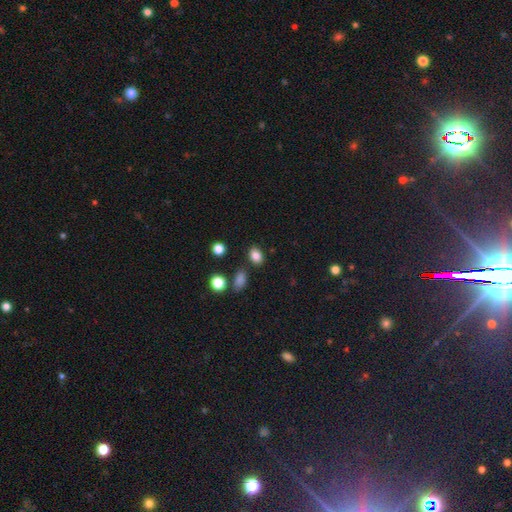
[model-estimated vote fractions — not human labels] Overall: smooth (83%). How rounded: in between (74%). Merging: none (81%).